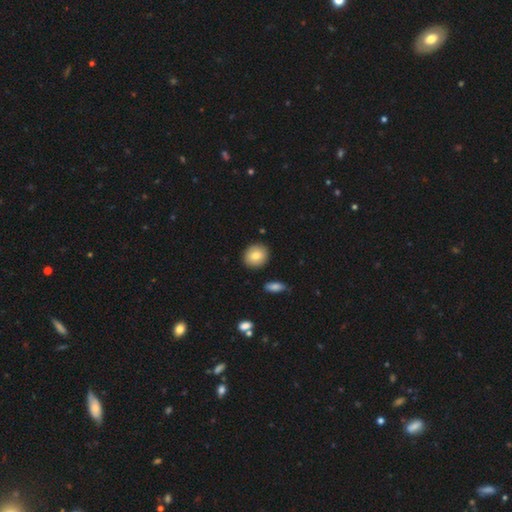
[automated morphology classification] smooth-or-featured: smooth: 80% | featured or disk: 12% | star or artifact: 8%
  how-rounded: round: 78% | in between: 21% | cigar-shaped: 1%
  merging: none: 89% | minor disturbance: 7% | merger: 2% | major disturbance: 2%